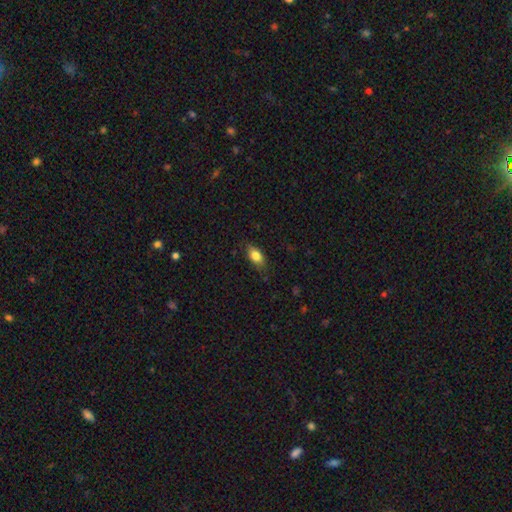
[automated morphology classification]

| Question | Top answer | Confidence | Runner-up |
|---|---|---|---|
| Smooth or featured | smooth | 81% | featured or disk (12%) |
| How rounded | in between | 86% | round (7%) |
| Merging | none | 80% | minor disturbance (16%) |